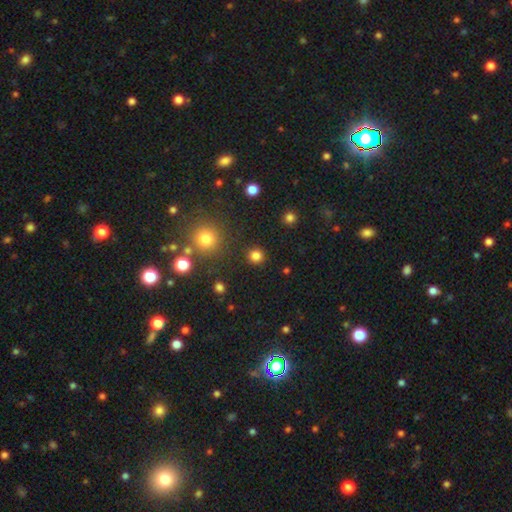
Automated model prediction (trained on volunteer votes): smooth 81%, star or artifact 15%, featured or disk 4%. Down the decision tree: how rounded — round (94%); merging — none (90%).